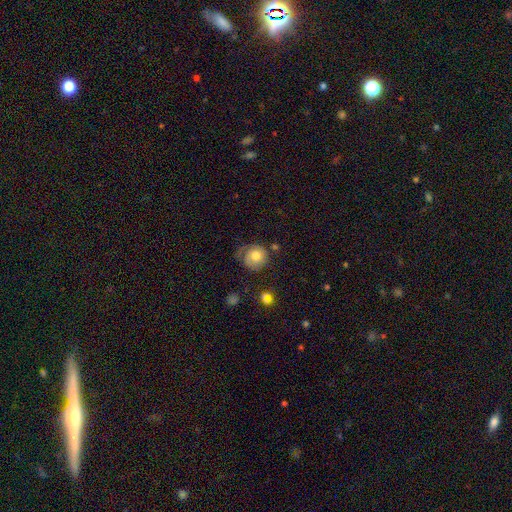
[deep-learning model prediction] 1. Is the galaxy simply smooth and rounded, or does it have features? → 62% smooth, 30% featured or disk, 8% star or artifact.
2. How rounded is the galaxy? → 88% round, 12% in between, 1% cigar-shaped.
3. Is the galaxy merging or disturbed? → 53% none, 26% minor disturbance, 18% major disturbance, 4% merger.